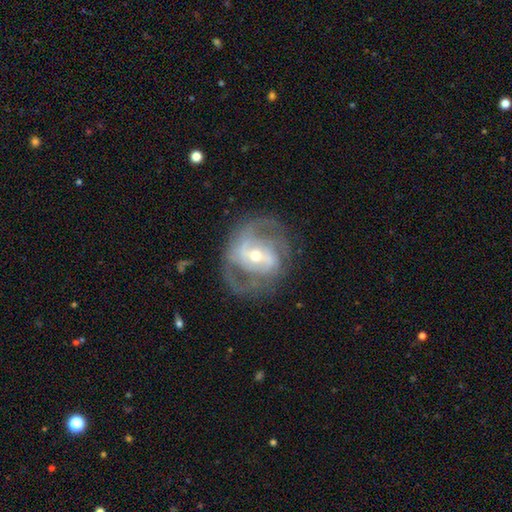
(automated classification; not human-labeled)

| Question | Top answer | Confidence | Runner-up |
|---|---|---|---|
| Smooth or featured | featured or disk | 85% | smooth (9%) |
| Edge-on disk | no | 97% | yes (3%) |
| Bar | weak | 41% | strong (32%) |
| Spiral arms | yes | 91% | no (9%) |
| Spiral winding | medium | 50% | tight (29%) |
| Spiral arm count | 2 | 66% | can't tell (14%) |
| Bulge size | moderate | 49% | small (47%) |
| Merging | none | 66% | minor disturbance (17%) |